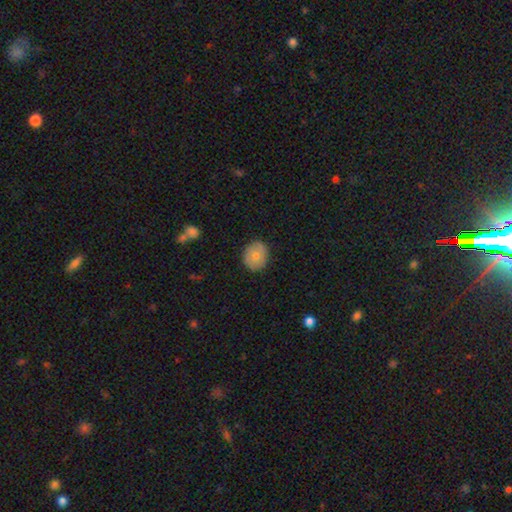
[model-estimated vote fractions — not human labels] Smooth or featured: smooth — 75% (featured or disk — 17%)
How rounded: round — 74% (in between — 25%)
Merging: none — 86% (minor disturbance — 11%)